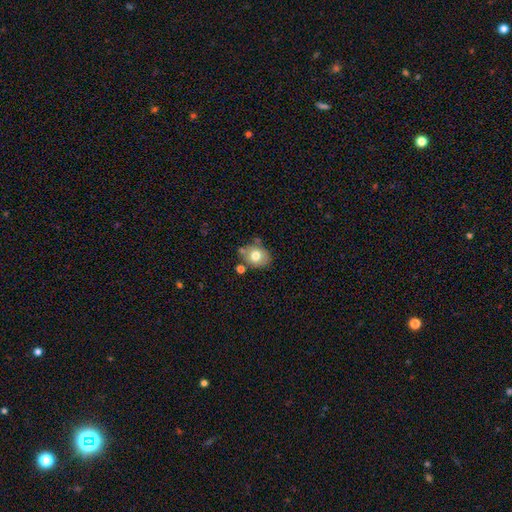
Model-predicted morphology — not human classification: smooth_or_featured: smooth (p=0.72) [alt: featured or disk p=0.19]
how_rounded: round (p=0.50) [alt: in between p=0.49]
merging: none (p=0.65) [alt: minor disturbance p=0.18]